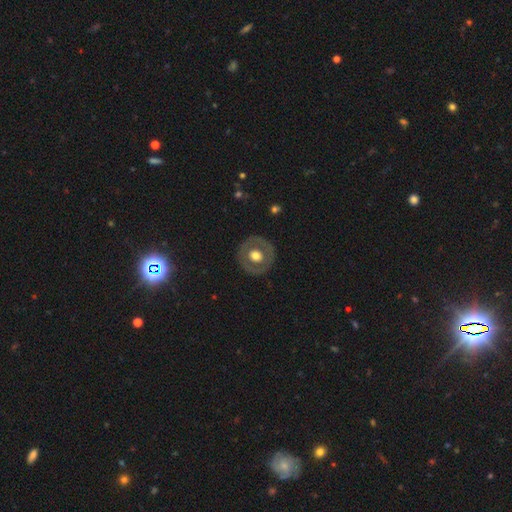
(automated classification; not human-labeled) Morphology: type=featured or disk (48%); merging=none (86%).